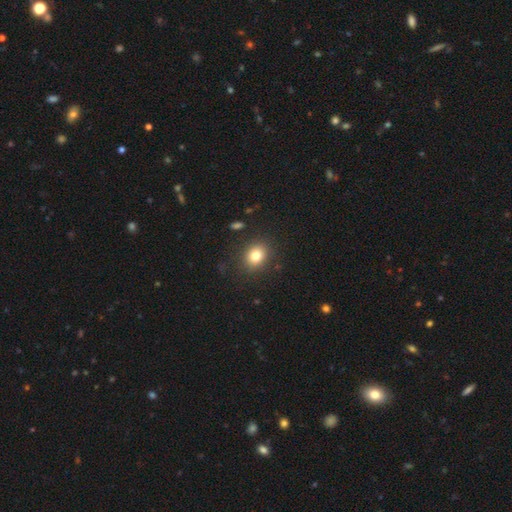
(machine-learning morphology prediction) A smooth galaxy with no disk features (80%) that is round (60%).

Vote fractions:
- Smooth or featured? smooth: 80% / star or artifact: 12% / featured or disk: 9%
- How rounded? round: 60% / in between: 39% / cigar-shaped: 1%
- Merging? none: 86% / minor disturbance: 9% / major disturbance: 3% / merger: 2%